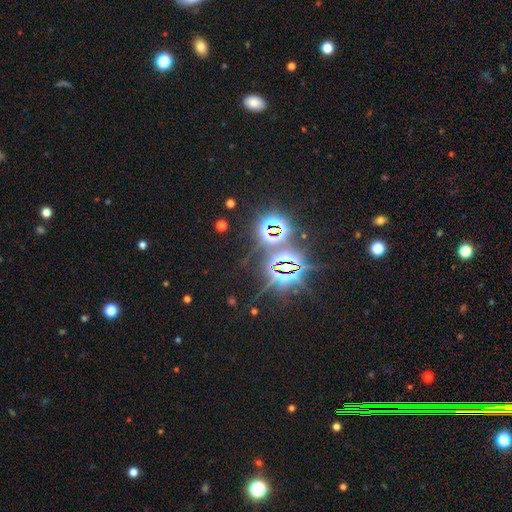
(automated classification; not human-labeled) Smooth or featured? star or artifact (82%)